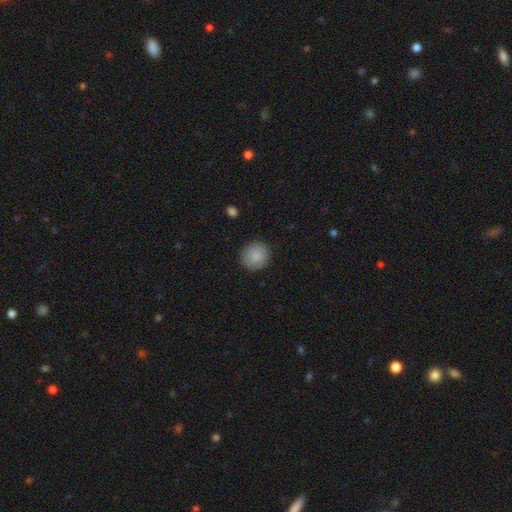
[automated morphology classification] A smooth galaxy with no disk features (87%) that is round (89%). Merging: none (88%).